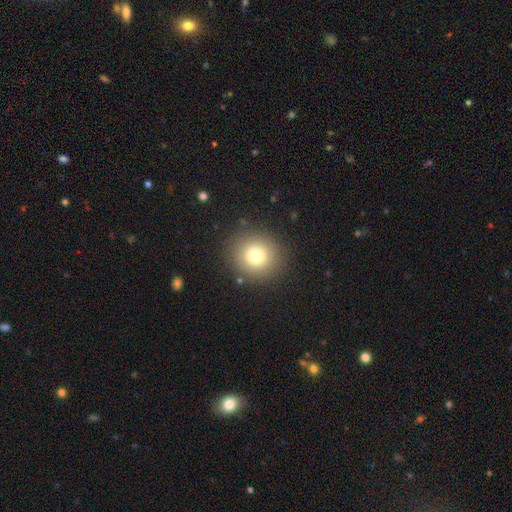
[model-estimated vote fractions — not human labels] A smooth galaxy with no disk features (76%) that is round (91%). Merging: none (88%).